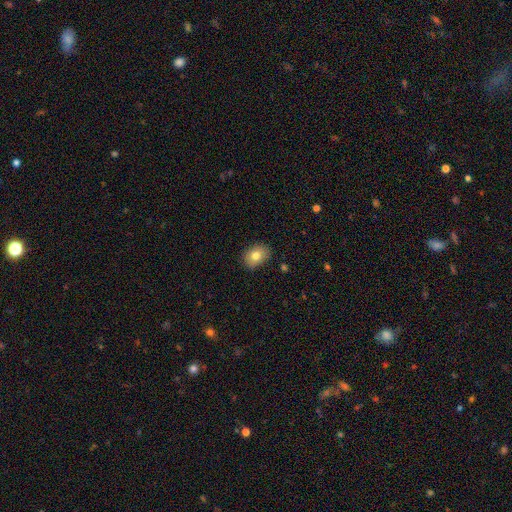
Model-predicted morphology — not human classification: A smooth galaxy with no disk features (78%) that is in between round and cigar-shaped (65%). Merging: none (80%).